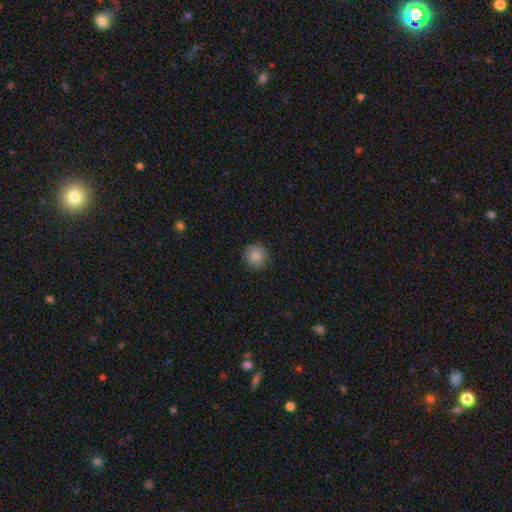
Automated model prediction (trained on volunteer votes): Overall: smooth (86%). How rounded: round (94%). Merging: none (89%).